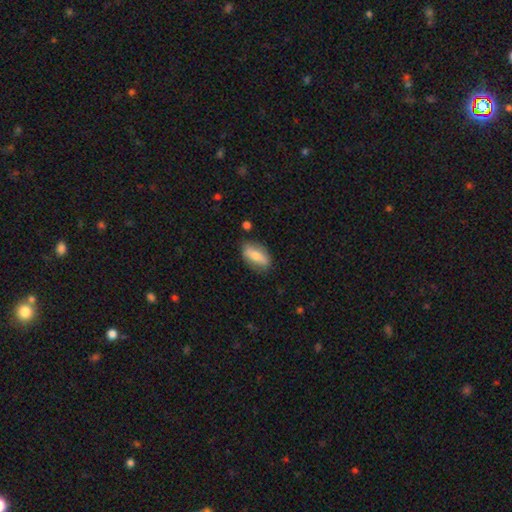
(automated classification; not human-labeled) Smooth or featured? Predicted: smooth (p=0.65). How rounded? Predicted: in between (p=0.83). Merging? Predicted: none (p=0.78).